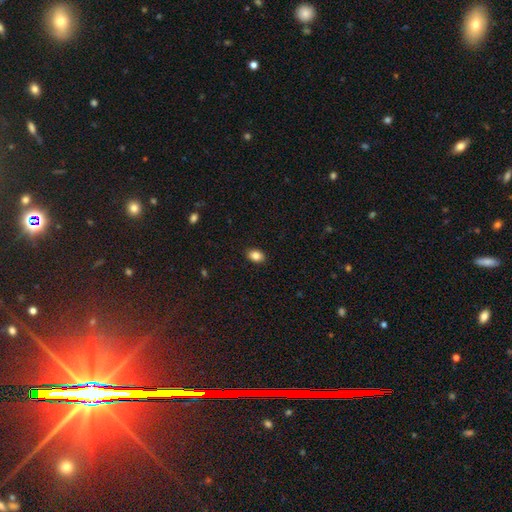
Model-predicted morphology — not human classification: smooth 85%, star or artifact 9%, featured or disk 6%. Down the decision tree: how rounded — in between (81%); merging — none (89%).